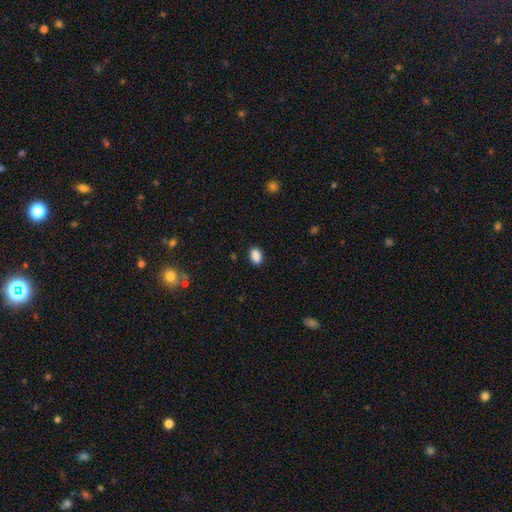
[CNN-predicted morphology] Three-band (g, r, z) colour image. It shows a smooth galaxy with no disk features (89%) that is in between round and cigar-shaped (86%). Merging: none (88%).